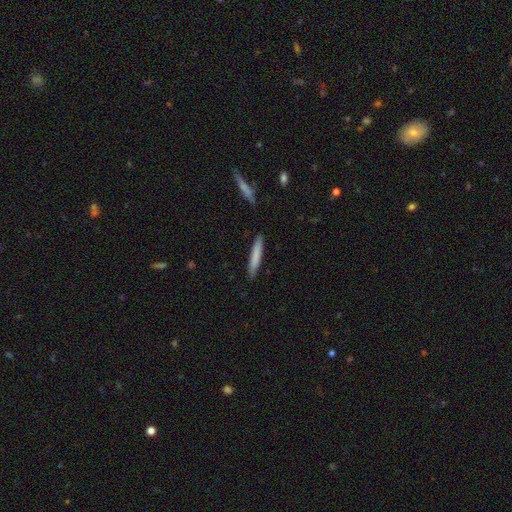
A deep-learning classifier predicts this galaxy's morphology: Q: Smooth or featured?
A: smooth (78%); runner-up: featured or disk (17%)
Q: How rounded?
A: cigar-shaped (94%); runner-up: in between (5%)
Q: Merging?
A: none (89%); runner-up: minor disturbance (8%)